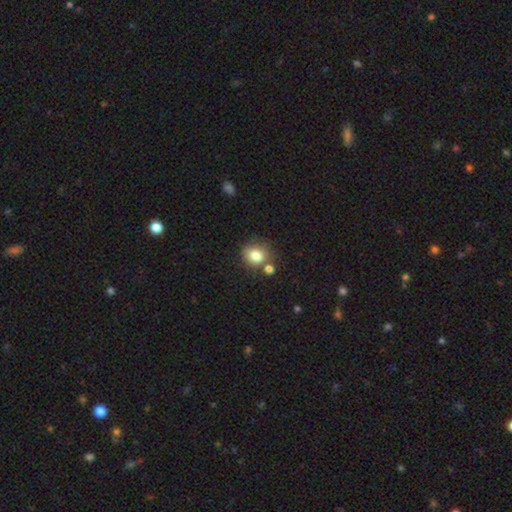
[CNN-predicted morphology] Smooth or featured? Predicted: smooth (p=0.81). How rounded? Predicted: round (p=0.68). Merging? Predicted: none (p=0.62).